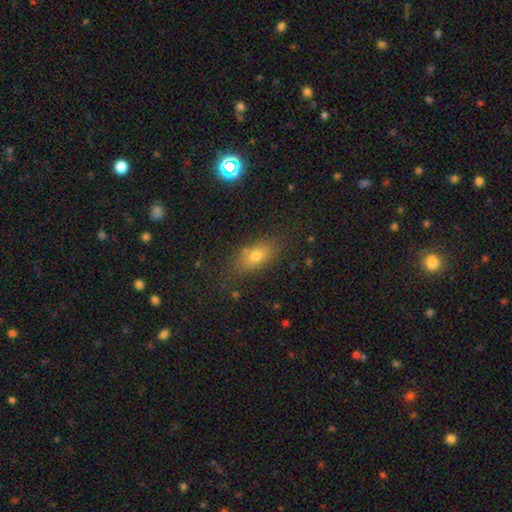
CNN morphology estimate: Smooth or featured: smooth — 70% (featured or disk — 15%)
How rounded: in between — 77% (round — 12%)
Merging: none — 78% (minor disturbance — 13%)